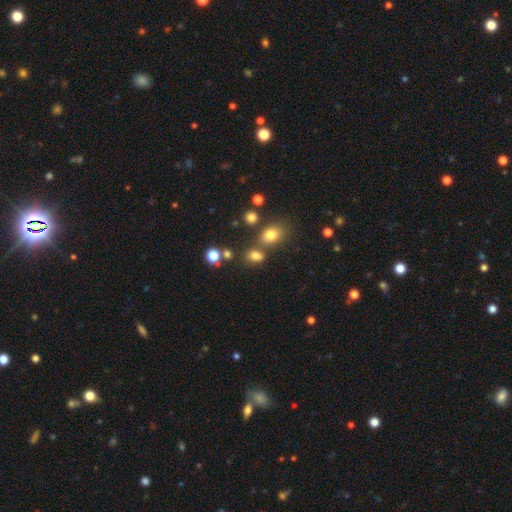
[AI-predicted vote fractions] smooth-or-featured: smooth: 76% | star or artifact: 16% | featured or disk: 9%
  how-rounded: in between: 71% | round: 26% | cigar-shaped: 2%
  merging: none: 60% | merger: 22% | minor disturbance: 13% | major disturbance: 5%